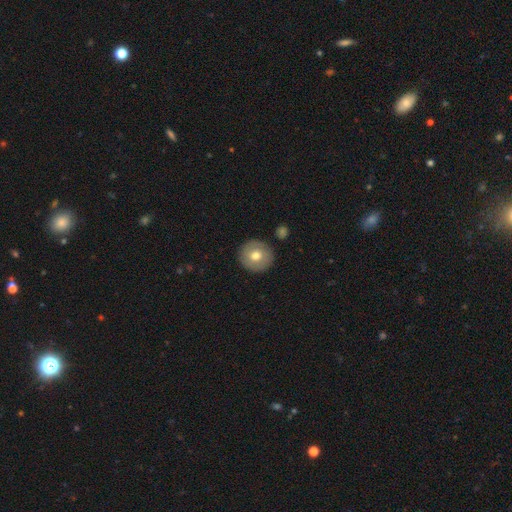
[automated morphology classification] A smooth galaxy with no disk features (68%) that is round (92%). Merging: none (89%).